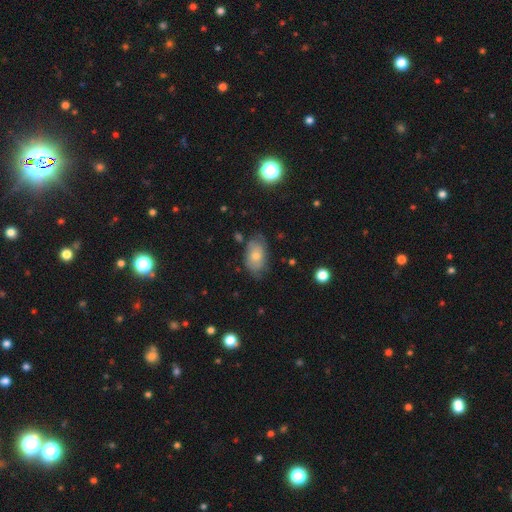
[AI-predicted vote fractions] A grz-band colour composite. It shows a smooth galaxy with no disk features (53%) that is in between round and cigar-shaped (90%). Merging: none (69%).